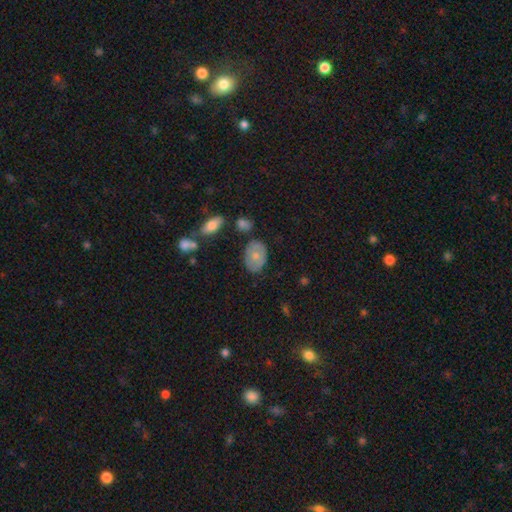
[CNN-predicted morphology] Smooth or featured?
  - smooth: 65% *
  - featured or disk: 28%
  - star or artifact: 7%
How rounded?
  - in between: 85% *
  - round: 14%
  - cigar-shaped: 1%
Merging?
  - none: 73% *
  - minor disturbance: 19%
  - major disturbance: 5%
  - merger: 3%